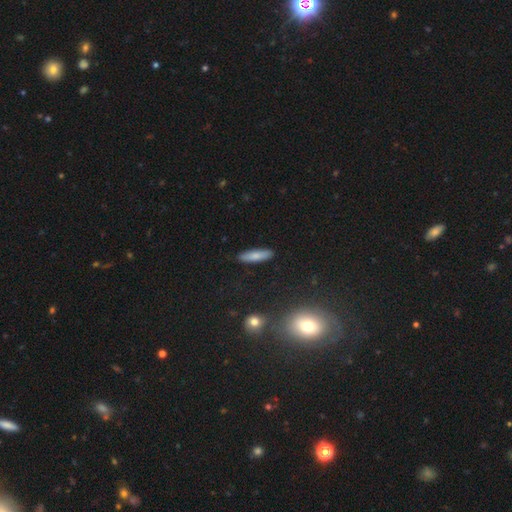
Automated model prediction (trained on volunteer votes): Smooth or featured: smooth — 78% (featured or disk — 15%)
How rounded: cigar-shaped — 72% (in between — 27%)
Merging: none — 89% (minor disturbance — 8%)